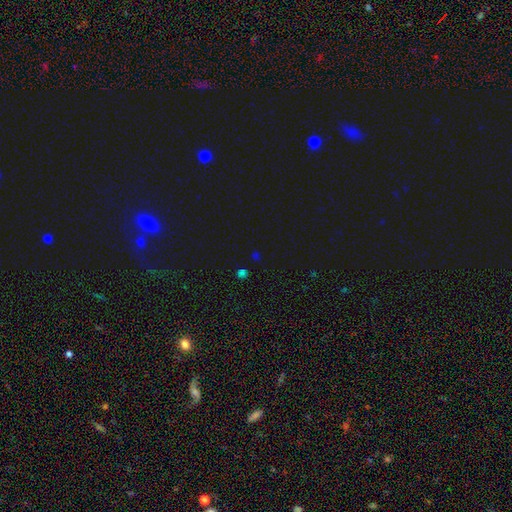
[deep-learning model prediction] The model was most divided on "smooth or featured": star or artifact: 54%, smooth: 40%, featured or disk: 5%.